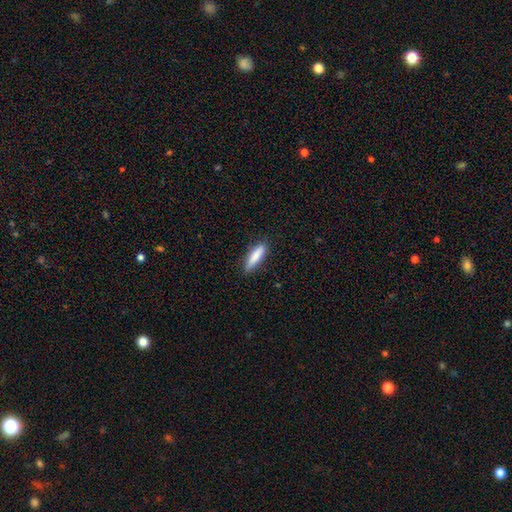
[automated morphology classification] smooth 82%, featured or disk 12%, star or artifact 6%. Down the decision tree: how rounded — cigar-shaped (69%); merging — none (85%).